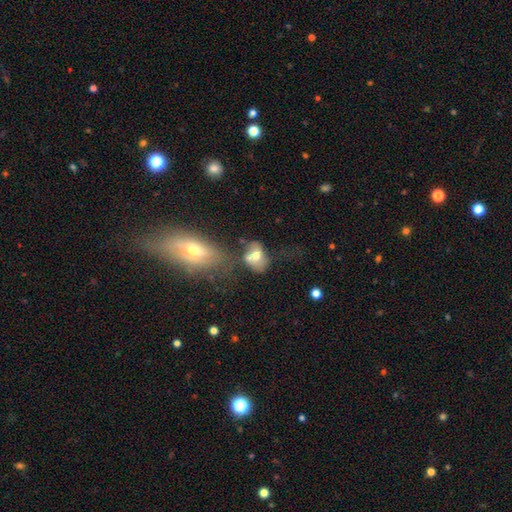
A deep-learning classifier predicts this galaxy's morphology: Q: Smooth or featured?
A: smooth (58%); runner-up: featured or disk (32%)
Q: How rounded?
A: in between (68%); runner-up: round (30%)
Q: Merging?
A: merger (35%); runner-up: none (32%)